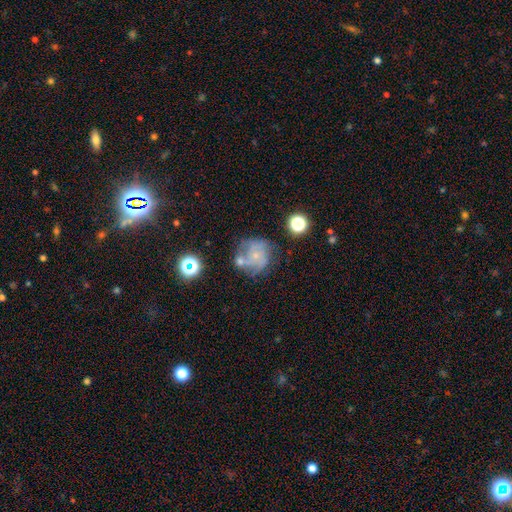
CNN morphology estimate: Overall: featured or disk (58%; smooth 28%). Edge-on disk: no (98%). Bar: no (80%). Spiral arms: yes (75%). Bulge size: small (72%). Merging: none (48%; minor disturbance 21%).